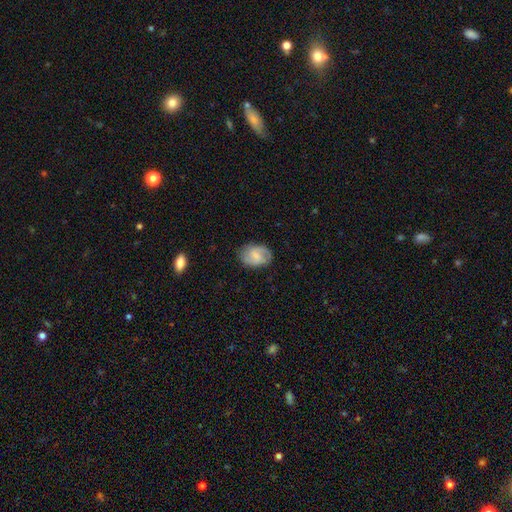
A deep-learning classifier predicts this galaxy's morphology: A featured or disk galaxy (56%) with a weak bar (54%), spiral arms (89%) and a small central bulge (46%). Merging: none (79%).